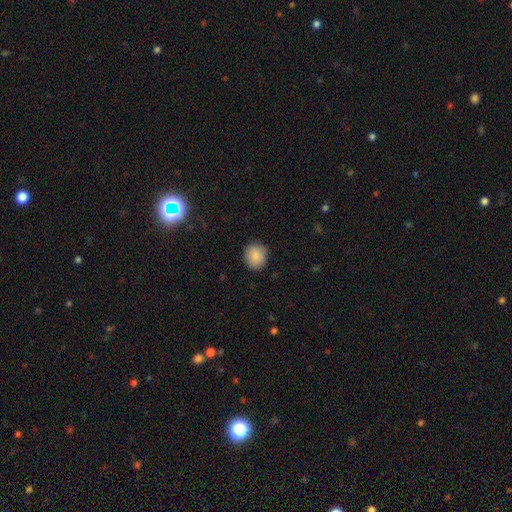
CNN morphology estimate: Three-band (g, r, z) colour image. It shows a smooth galaxy with no disk features (88%) that is round (82%). Merging: none (89%).